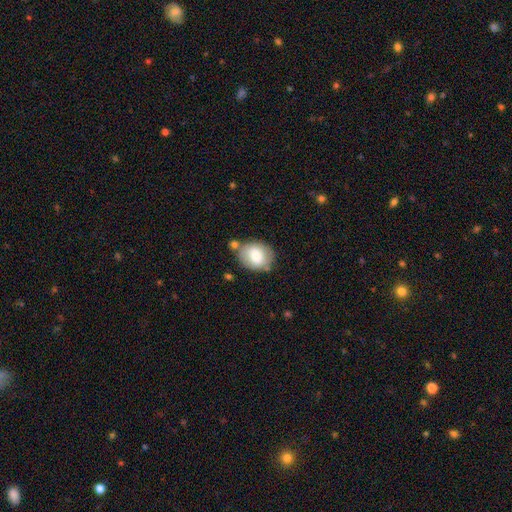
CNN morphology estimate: This is likely a smooth galaxy (75%). How rounded: possibly in between (52%). Merging: likely none (65%).